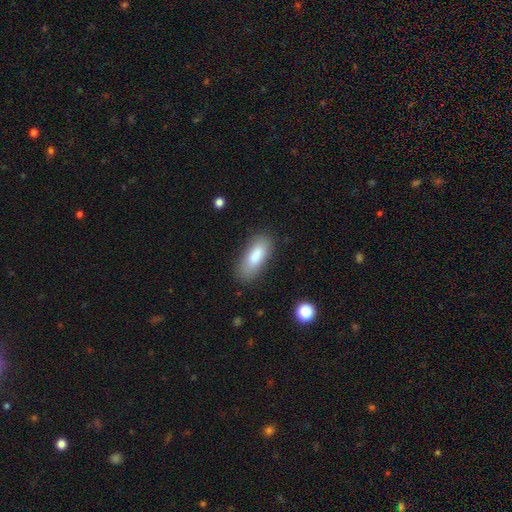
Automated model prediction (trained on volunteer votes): Smooth or featured?
  - smooth: 83% *
  - featured or disk: 10%
  - star or artifact: 7%
How rounded?
  - in between: 74% *
  - cigar-shaped: 24%
  - round: 2%
Merging?
  - none: 81% *
  - minor disturbance: 14%
  - major disturbance: 4%
  - merger: 2%